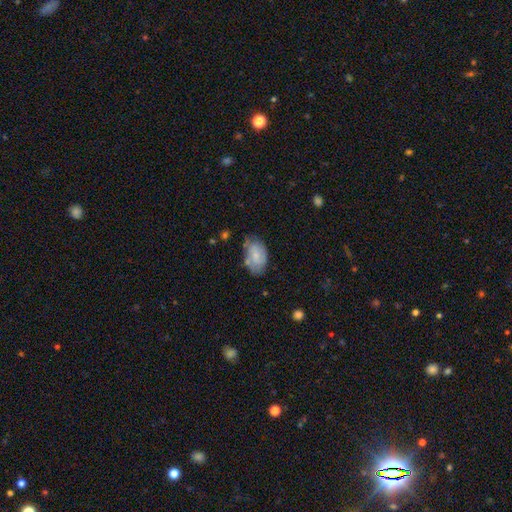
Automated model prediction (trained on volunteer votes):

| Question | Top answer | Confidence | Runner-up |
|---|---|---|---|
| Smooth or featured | smooth | 60% | featured or disk (33%) |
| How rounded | in between | 90% | round (8%) |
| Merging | none | 55% | minor disturbance (31%) |